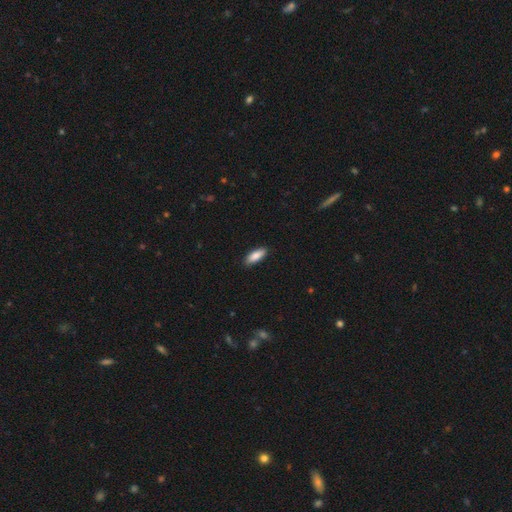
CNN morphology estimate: This is clearly a smooth galaxy (86%). How rounded: likely in between (68%). Merging: clearly none (87%).